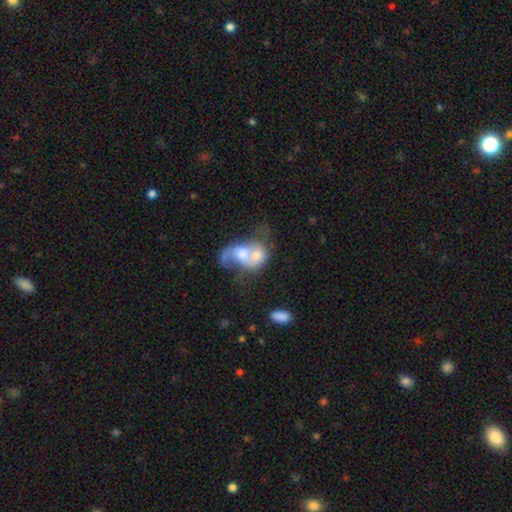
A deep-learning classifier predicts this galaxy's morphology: A smooth galaxy with no disk features (48%).

Vote fractions:
- Smooth or featured? smooth: 48% / featured or disk: 44% / star or artifact: 8%
- Merging? merger: 80% / major disturbance: 8% / none: 8% / minor disturbance: 4%